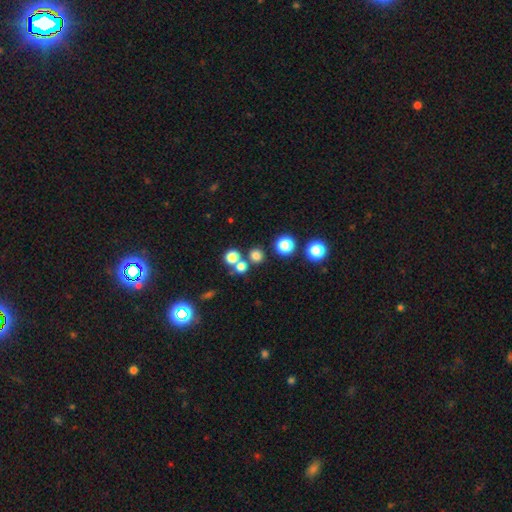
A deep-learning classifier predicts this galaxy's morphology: Overall: smooth (74%). How rounded: round (88%). Merging: none (69%).